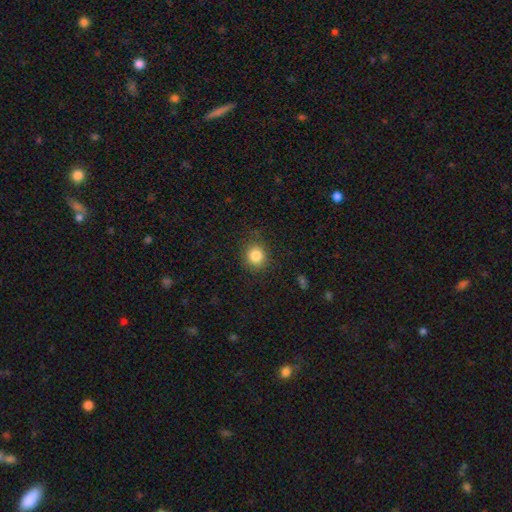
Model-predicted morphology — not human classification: Smooth or featured: smooth — 84% (star or artifact — 11%)
How rounded: round — 86% (in between — 13%)
Merging: none — 87% (minor disturbance — 9%)